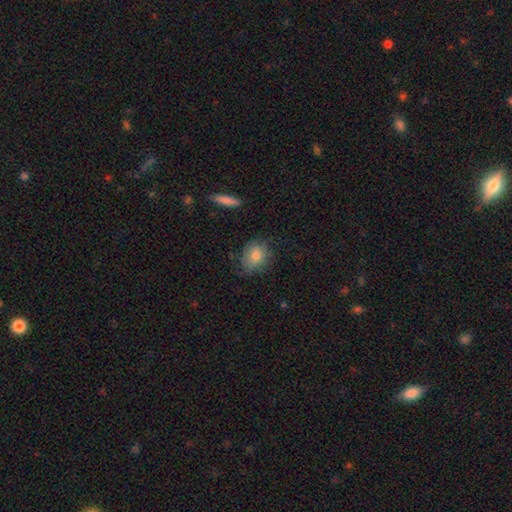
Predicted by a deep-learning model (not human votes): Smooth or featured? Predicted: smooth (p=0.79). How rounded? Predicted: round (p=0.58). Merging? Predicted: none (p=0.67).